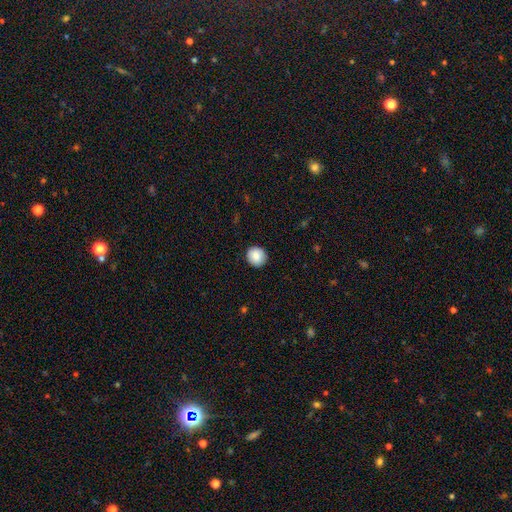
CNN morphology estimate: Smooth or featured? Predicted: smooth (p=0.84). How rounded? Predicted: round (p=0.92). Merging? Predicted: none (p=0.91).